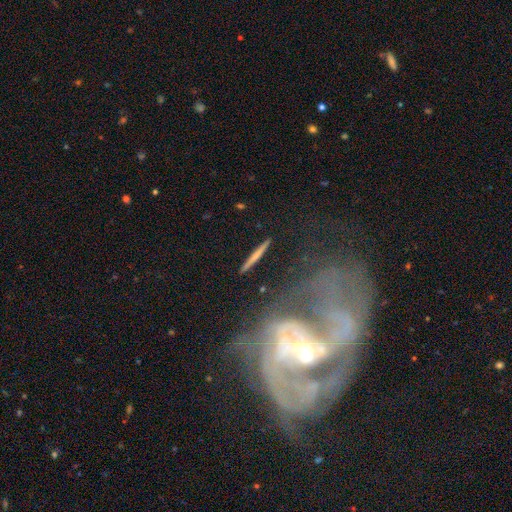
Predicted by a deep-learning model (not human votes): Overall: smooth (52%; featured or disk 40%). How rounded: cigar-shaped (94%). Merging: none (88%).